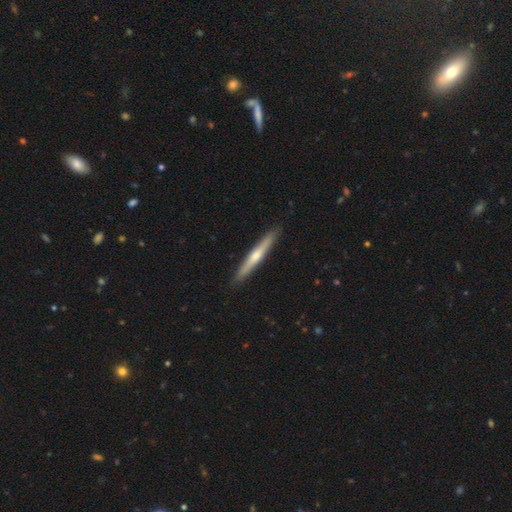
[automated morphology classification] smooth-or-featured: featured or disk: 53% | smooth: 42% | star or artifact: 5%
  disk-edge-on: yes: 97% | no: 3%
    edge-on-bulge: rounded: 67% | none: 28% | boxy: 5%
  merging: none: 91% | minor disturbance: 7% | major disturbance: 1% | merger: 1%